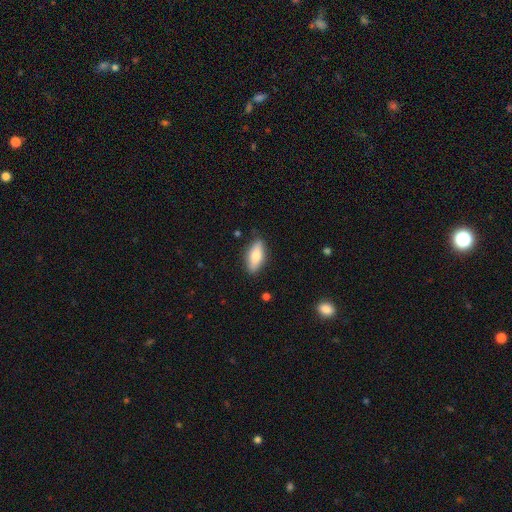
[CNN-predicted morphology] A smooth galaxy with no disk features (74%) that is in between round and cigar-shaped (75%). Merging: none (85%).